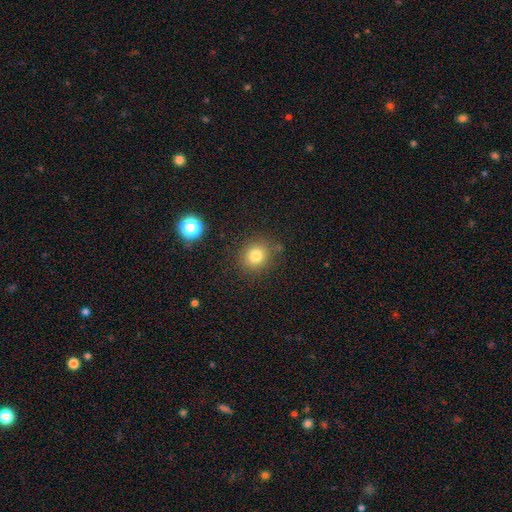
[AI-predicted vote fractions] Smooth or featured? smooth (80%)
How rounded? round (81%)
Merging? none (81%)